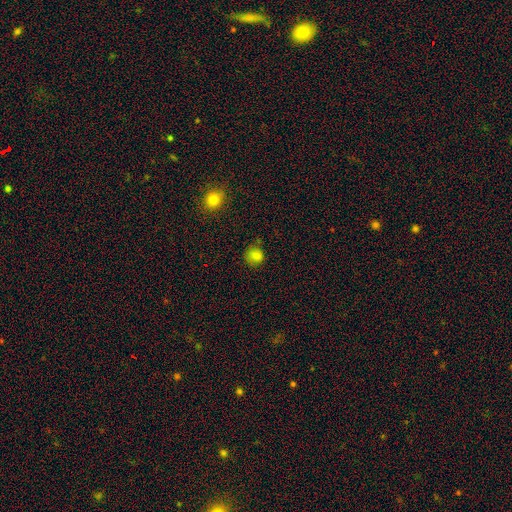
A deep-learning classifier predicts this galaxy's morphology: smooth-or-featured: smooth: 80% | star or artifact: 16% | featured or disk: 5%
  how-rounded: round: 81% | in between: 18% | cigar-shaped: 1%
  merging: none: 73% | minor disturbance: 20% | major disturbance: 5% | merger: 3%